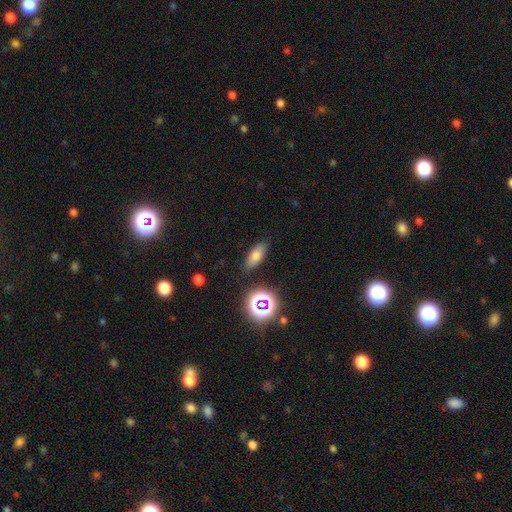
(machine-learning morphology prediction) Smooth or featured? Predicted: smooth (p=0.71). How rounded? Predicted: in between (p=0.74). Merging? Predicted: none (p=0.85).